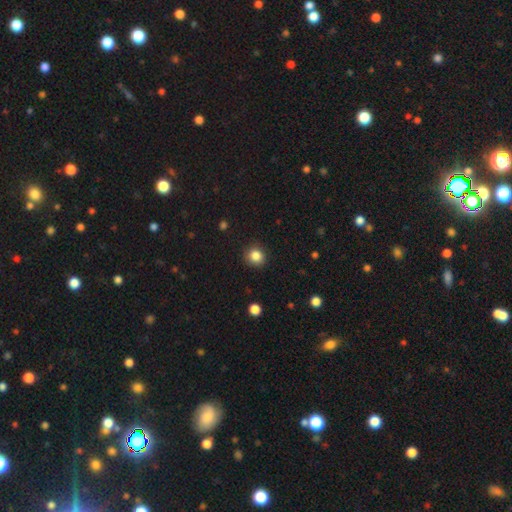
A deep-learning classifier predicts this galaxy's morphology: This is clearly a smooth galaxy (86%). How rounded: clearly round (87%). Merging: clearly none (89%).